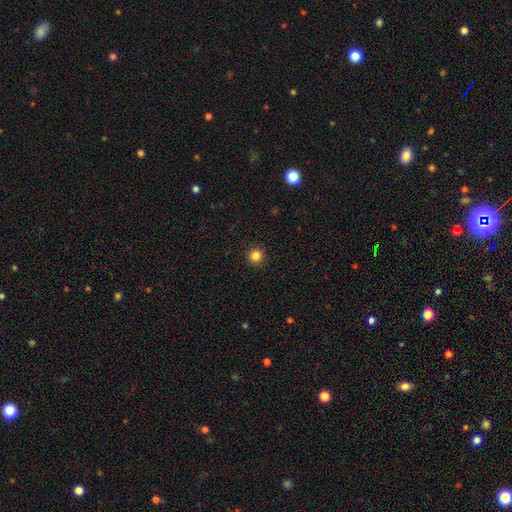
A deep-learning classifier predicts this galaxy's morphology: This is clearly a smooth galaxy (85%). How rounded: clearly round (94%). Merging: clearly none (93%).